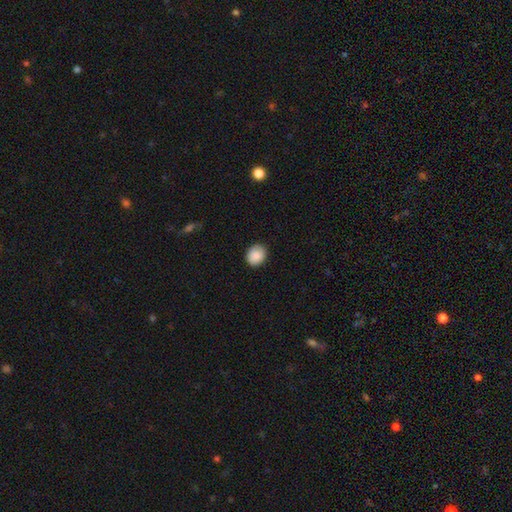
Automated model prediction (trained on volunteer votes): The model was most divided on "how rounded": round: 66%, in between: 34%, cigar-shaped: 1%. More confident: smooth or featured — smooth (88%); merging — none (87%).